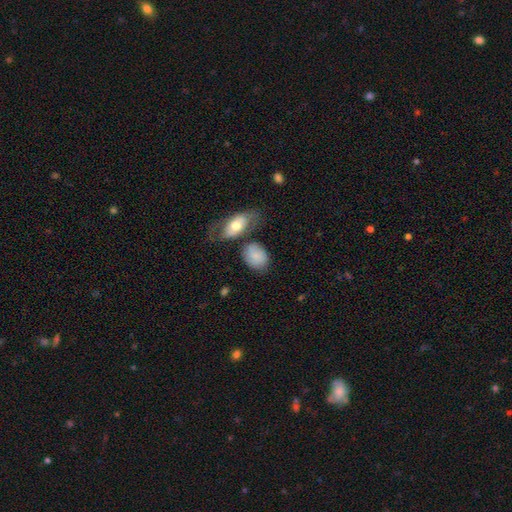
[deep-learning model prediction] smooth-or-featured: smooth: 79% | featured or disk: 15% | star or artifact: 6%
  how-rounded: in between: 68% | round: 31% | cigar-shaped: 2%
  merging: none: 56% | minor disturbance: 20% | merger: 17% | major disturbance: 8%